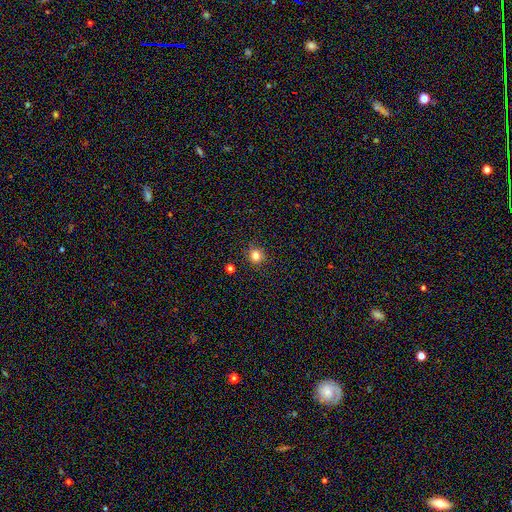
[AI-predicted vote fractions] smooth 80%, star or artifact 15%, featured or disk 5%. Down the decision tree: how rounded — round (92%); merging — none (89%).